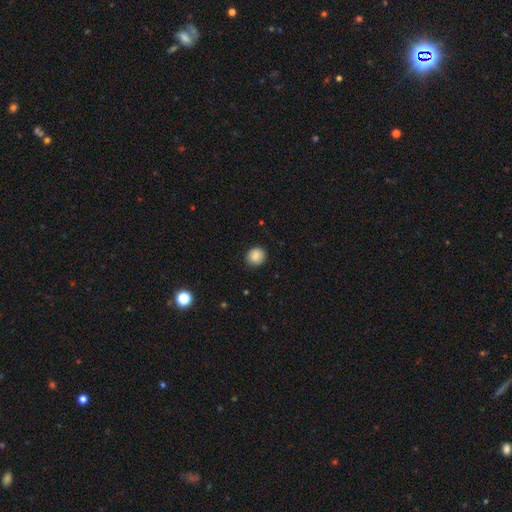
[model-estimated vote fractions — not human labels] smooth-or-featured: smooth: 86% | star or artifact: 9% | featured or disk: 5%
  how-rounded: round: 85% | in between: 14% | cigar-shaped: 1%
  merging: none: 86% | minor disturbance: 11% | major disturbance: 2% | merger: 1%